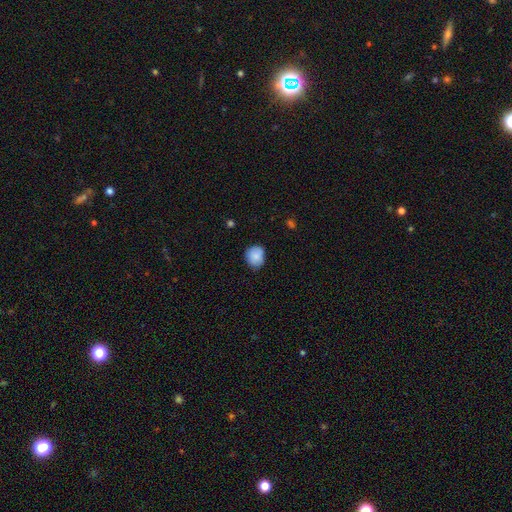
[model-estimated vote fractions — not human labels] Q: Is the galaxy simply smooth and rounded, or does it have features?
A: smooth — 85%.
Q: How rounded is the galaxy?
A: round — 74%.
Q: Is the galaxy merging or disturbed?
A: none — 75%.